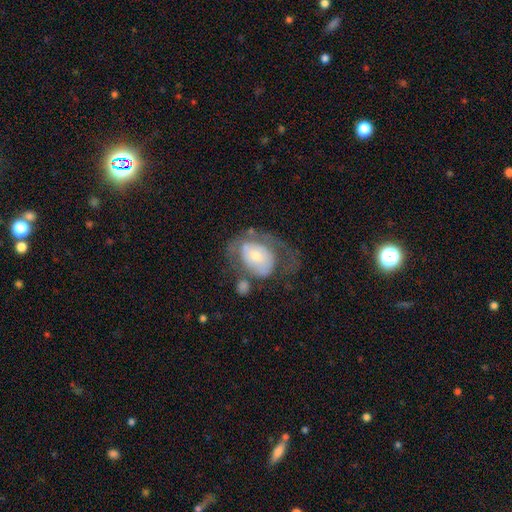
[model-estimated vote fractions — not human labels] Morphology: type=featured or disk (53%); edge-on=no (95%); bar=no (76%); spiral arms=no (52%); bulge=small (52%); merging=major disturbance (41%).